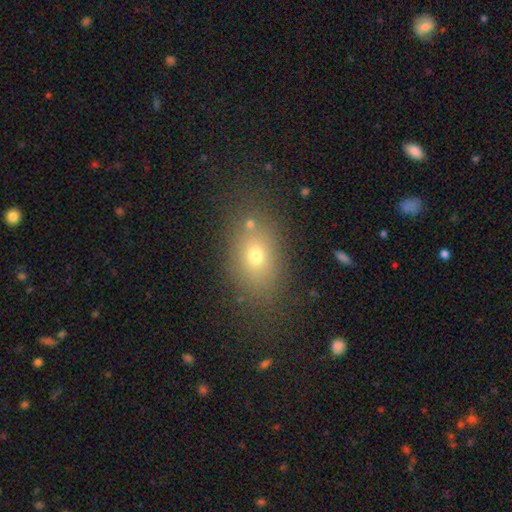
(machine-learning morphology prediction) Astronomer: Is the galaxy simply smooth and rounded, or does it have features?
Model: smooth — 69%.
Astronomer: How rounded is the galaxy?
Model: in between — 73%.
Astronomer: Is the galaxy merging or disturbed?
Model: none — 76%.